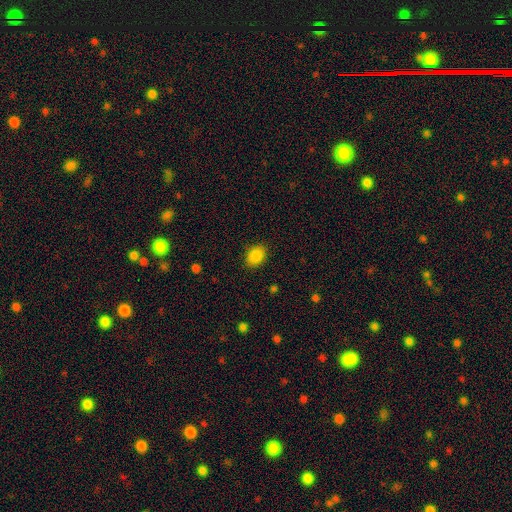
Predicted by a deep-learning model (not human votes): The model was most divided on "how rounded": in between: 70%, round: 29%, cigar-shaped: 1%. More confident: merging — none (88%); smooth or featured — smooth (87%).